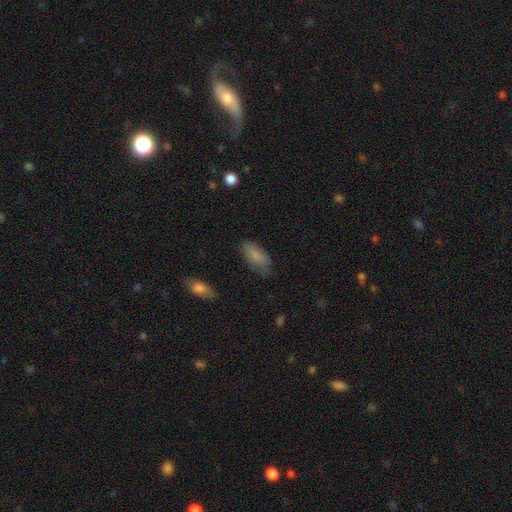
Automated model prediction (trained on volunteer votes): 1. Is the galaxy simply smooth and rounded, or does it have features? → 81% smooth, 12% featured or disk, 7% star or artifact.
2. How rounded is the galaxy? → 89% in between, 9% cigar-shaped, 2% round.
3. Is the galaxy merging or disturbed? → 70% none, 22% minor disturbance, 6% major disturbance, 2% merger.